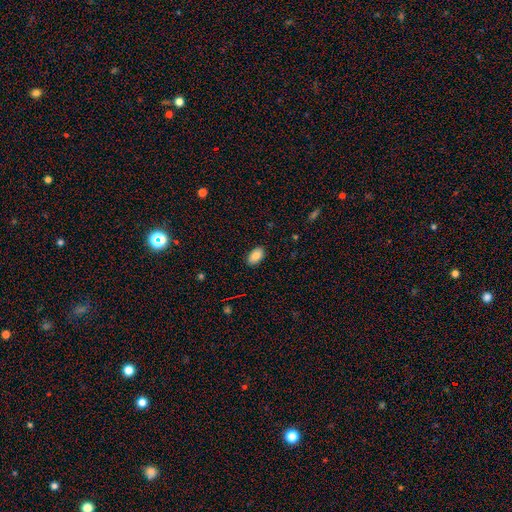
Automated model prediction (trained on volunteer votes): smooth-or-featured: smooth: 87% | star or artifact: 8% | featured or disk: 5%
  how-rounded: in between: 94% | round: 4% | cigar-shaped: 2%
  merging: none: 88% | minor disturbance: 9% | major disturbance: 2% | merger: 1%